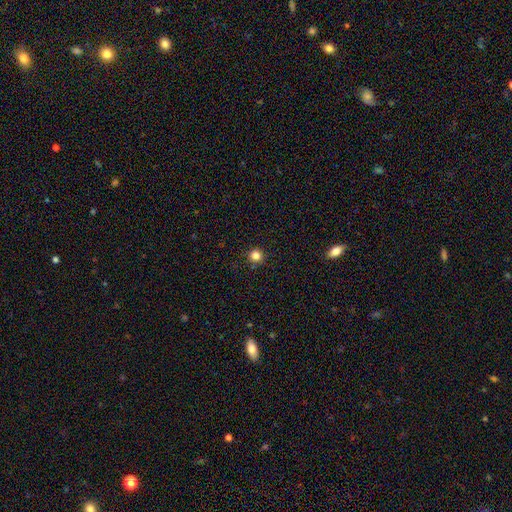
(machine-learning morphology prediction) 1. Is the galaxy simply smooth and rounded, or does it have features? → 83% smooth, 13% star or artifact, 4% featured or disk.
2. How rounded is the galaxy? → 95% round, 4% in between, 1% cigar-shaped.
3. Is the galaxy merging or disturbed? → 91% none, 6% minor disturbance, 2% major disturbance, 1% merger.